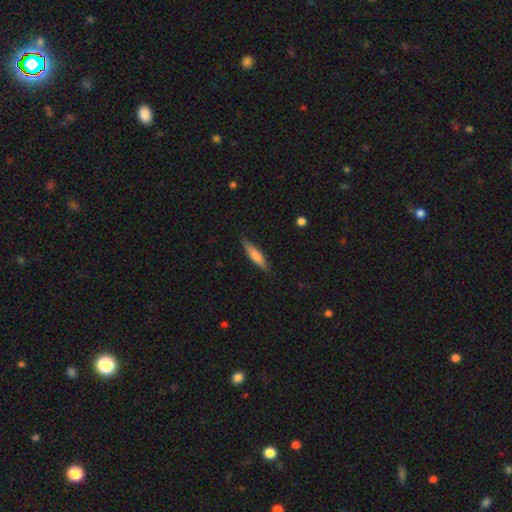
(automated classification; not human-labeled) The model was most divided on "smooth or featured": smooth: 64%, featured or disk: 30%, star or artifact: 6%. More confident: merging — none (85%); how rounded — cigar-shaped (78%).